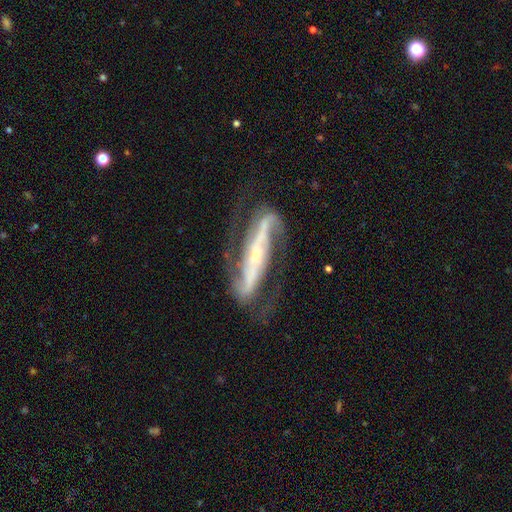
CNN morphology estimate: type=featured or disk (90%); edge-on=no (84%); bar=strong (69%); spiral arms=yes (97%); winding=medium (47%); arm count=2 (92%); bulge=small (66%); merging=none (72%).